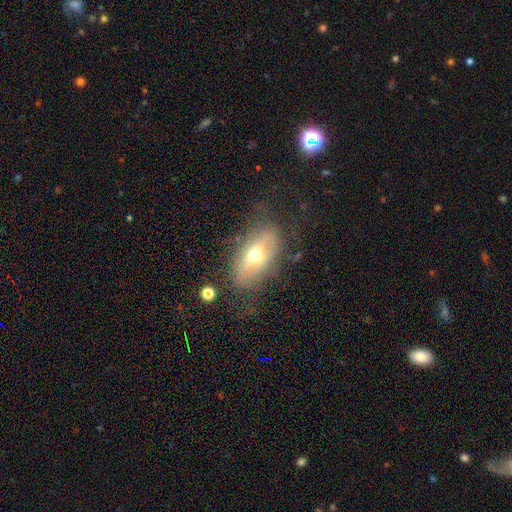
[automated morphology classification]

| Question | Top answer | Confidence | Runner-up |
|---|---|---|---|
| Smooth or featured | featured or disk | 49% | smooth (42%) |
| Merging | none | 65% | minor disturbance (20%) |